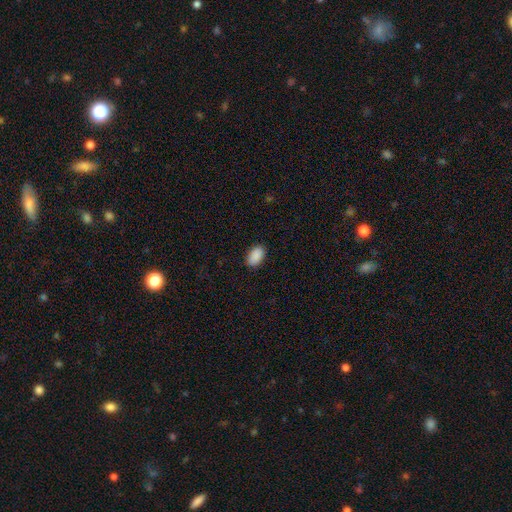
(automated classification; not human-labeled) Q: Smooth or featured?
A: smooth (91%); runner-up: star or artifact (7%)
Q: How rounded?
A: in between (93%); runner-up: round (5%)
Q: Merging?
A: none (89%); runner-up: minor disturbance (8%)